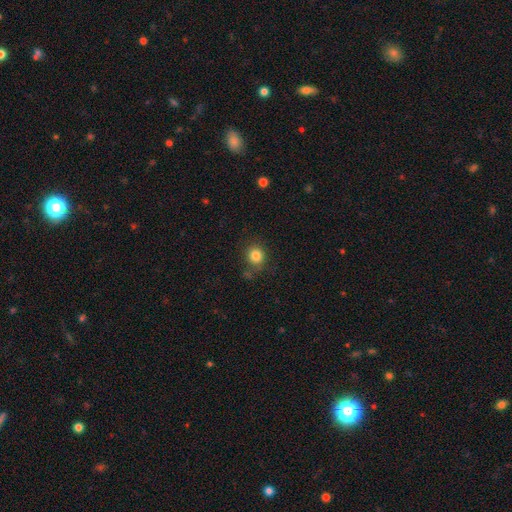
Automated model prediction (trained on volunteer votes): Smooth or featured? smooth (83%)
How rounded? round (87%)
Merging? none (79%)